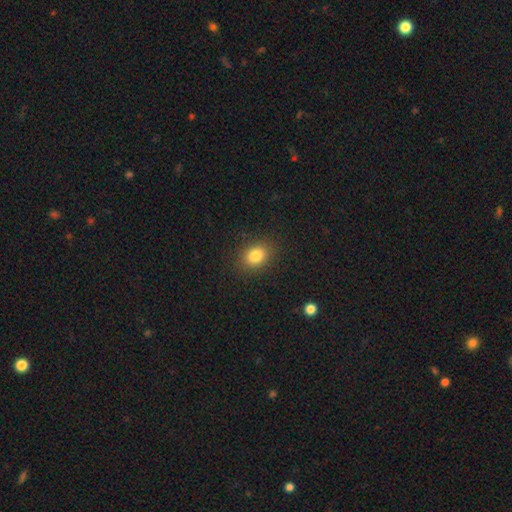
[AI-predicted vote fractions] This appears to be a smooth galaxy with no disk features (82%) that is in between round and cigar-shaped (60%). Merging: none (88%).